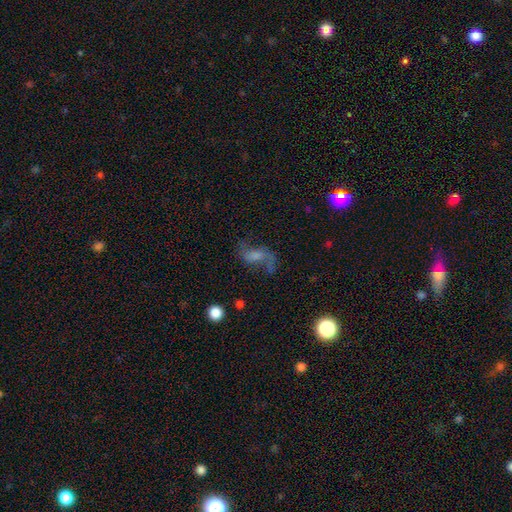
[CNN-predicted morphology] Smooth or featured: featured or disk — 69% (smooth — 16%)
Edge-on disk: no — 95% (yes — 5%)
Bar: weak — 45% (no — 41%)
Spiral arms: yes — 92% (no — 8%)
Spiral winding: loose — 72% (medium — 23%)
Spiral arm count: 2 — 86% (1 — 7%)
Bulge size: moderate — 32% (tied with small — 32%)
Merging: none — 64% (minor disturbance — 16%)